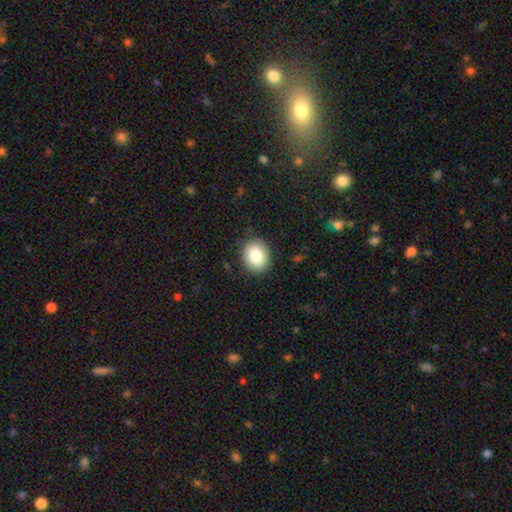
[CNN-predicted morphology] This appears to be a smooth galaxy with no disk features (85%) that is round (58%). Merging: none (87%).